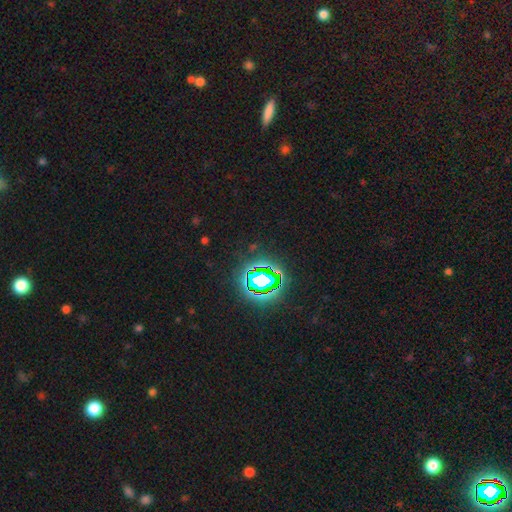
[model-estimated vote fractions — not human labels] The model was most divided on "smooth or featured": star or artifact: 77%, smooth: 16%, featured or disk: 7%.